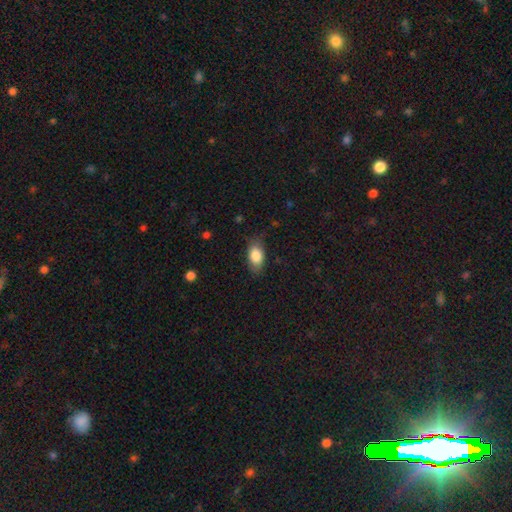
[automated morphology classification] The model was most divided on "merging": none: 79%, minor disturbance: 16%, major disturbance: 4%, merger: 1%. More confident: how rounded — in between (90%); smooth or featured — smooth (83%).